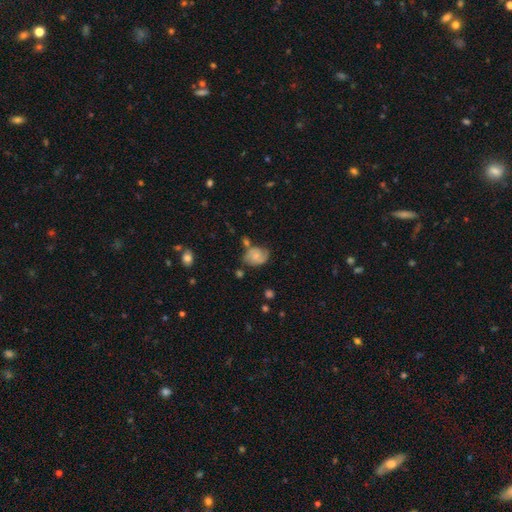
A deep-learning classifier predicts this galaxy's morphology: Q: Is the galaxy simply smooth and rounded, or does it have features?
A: smooth — 51%.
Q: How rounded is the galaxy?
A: in between — 58%.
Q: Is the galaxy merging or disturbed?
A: none — 50%.